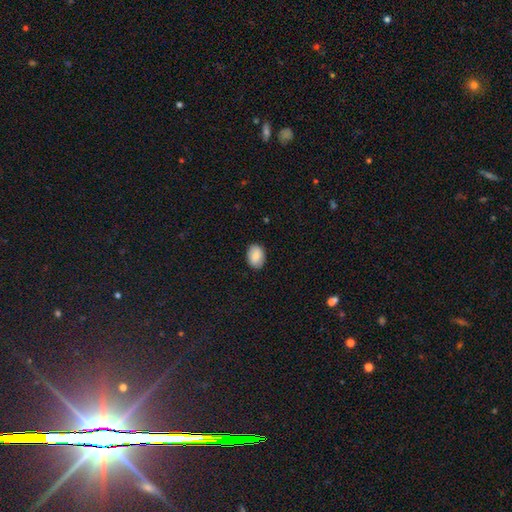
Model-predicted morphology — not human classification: smooth-or-featured: smooth: 87% | star or artifact: 7% | featured or disk: 7%
  how-rounded: in between: 81% | round: 18% | cigar-shaped: 1%
  merging: none: 88% | minor disturbance: 9% | major disturbance: 2% | merger: 1%